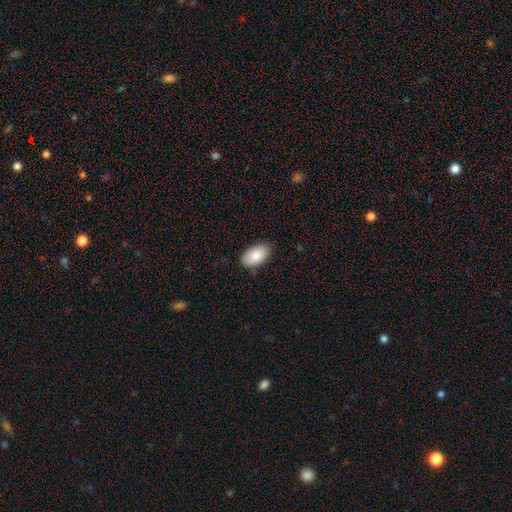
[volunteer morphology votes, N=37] Smooth or featured? 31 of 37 (84%) said smooth. How rounded? 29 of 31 (94%) said in between. Merging? 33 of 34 (97%) said none.